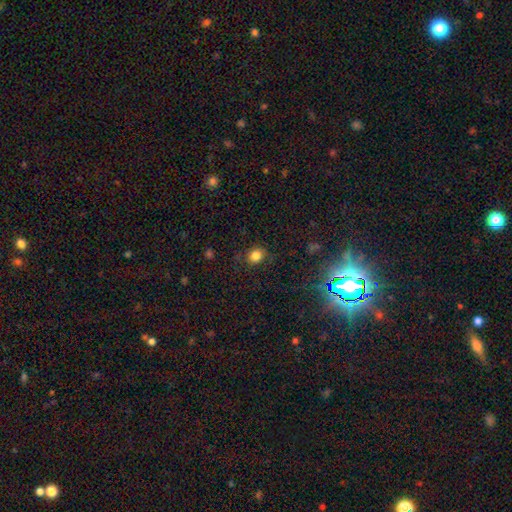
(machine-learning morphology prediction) Overall: smooth (81%). How rounded: round (75%). Merging: none (82%).